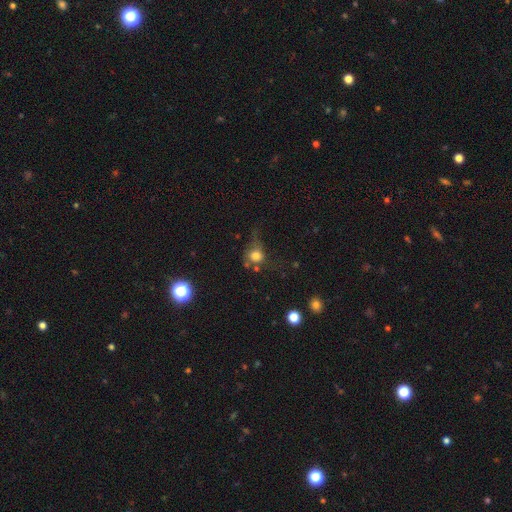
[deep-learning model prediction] A smooth galaxy with no disk features (73%) that is round (81%). Merging: none (42%).